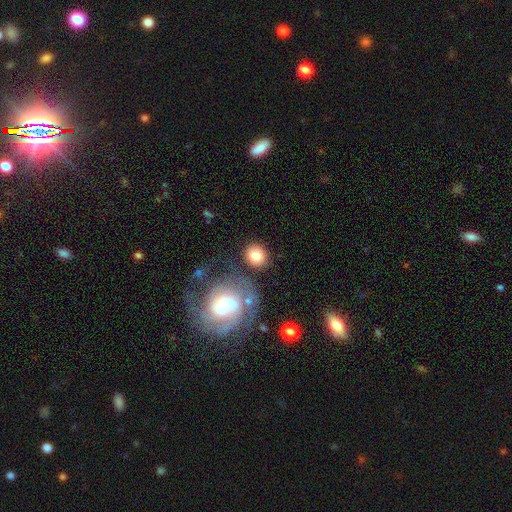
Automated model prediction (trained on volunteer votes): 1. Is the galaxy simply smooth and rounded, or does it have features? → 79% smooth, 13% featured or disk, 7% star or artifact.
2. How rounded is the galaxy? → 77% round, 22% in between, 1% cigar-shaped.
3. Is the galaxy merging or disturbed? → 75% none, 11% minor disturbance, 8% merger, 6% major disturbance.